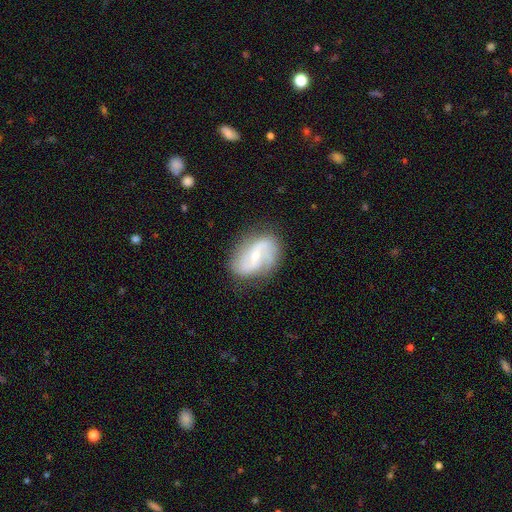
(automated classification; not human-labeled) smooth-or-featured: featured or disk: 81% | smooth: 13% | star or artifact: 6%
  disk-edge-on: no: 97% | yes: 3%
    bar: weak: 44% | no: 36% | strong: 19%
    has-spiral-arms: yes: 94% | no: 6%
      spiral-winding: loose: 43% | medium: 41% | tight: 16%
      spiral-arm-count: 2: 80% | can't tell: 8% | 3: 6% | 1: 3% | 4: 2% | more than 4: 2%
    bulge-size: small: 61% | moderate: 34% | none: 2% | large: 2% | dominant: 1%
  merging: none: 76% | minor disturbance: 16% | major disturbance: 6% | merger: 1%